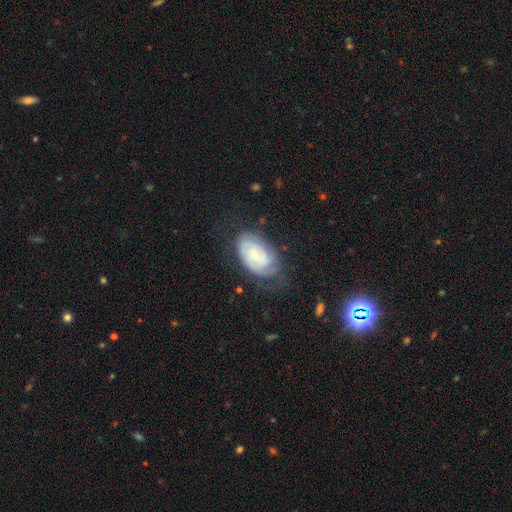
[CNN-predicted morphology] A featured or disk galaxy (67%) with no bar (70%), tight (66%) spiral arms (86%) and a small central bulge (67%).

Vote fractions:
- Smooth or featured? featured or disk: 67% / smooth: 27% / star or artifact: 7%
- Edge-on disk? no: 96% / yes: 4%
- Bar? no: 70% / weak: 25% / strong: 5%
- Spiral arms? yes: 86% / no: 14%
- Spiral winding? tight: 66% / medium: 25% / loose: 9%
- Spiral arm count? can't tell: 46% / 2: 33% / 3: 9% / 1: 5% / 4: 4% / more than 4: 3%
- Bulge size? small: 67% / moderate: 28% / none: 2% / large: 2% / dominant: 1%
- Merging? none: 60% / minor disturbance: 25% / major disturbance: 14% / merger: 2%